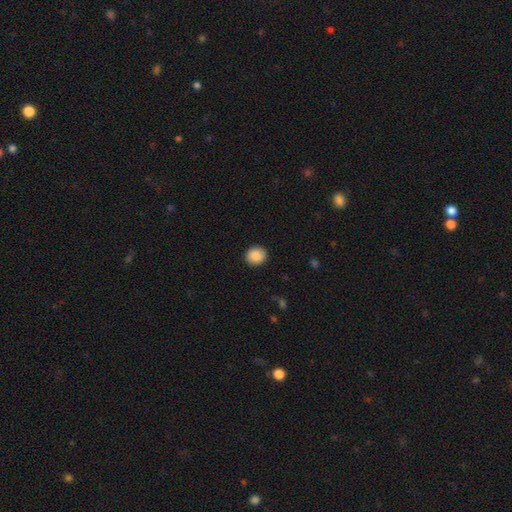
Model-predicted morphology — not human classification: The model was most divided on "how rounded": round: 80%, in between: 19%, cigar-shaped: 1%. More confident: merging — none (91%); smooth or featured — smooth (88%).